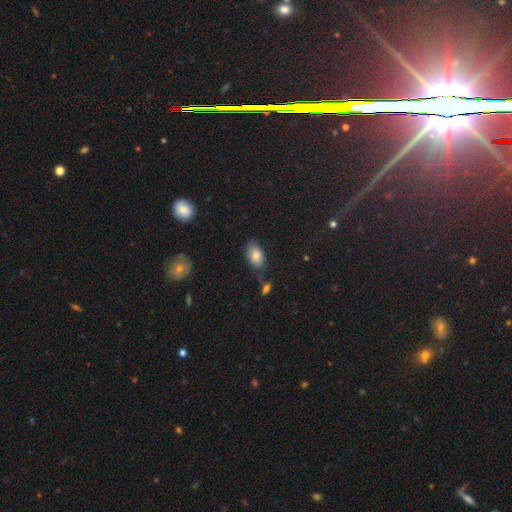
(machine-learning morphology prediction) A smooth galaxy with no disk features (80%) that is in between round and cigar-shaped (91%).

Vote fractions:
- Smooth or featured? smooth: 80% / featured or disk: 10% / star or artifact: 10%
- How rounded? in between: 91% / round: 7% / cigar-shaped: 2%
- Merging? none: 67% / minor disturbance: 21% / merger: 7% / major disturbance: 6%